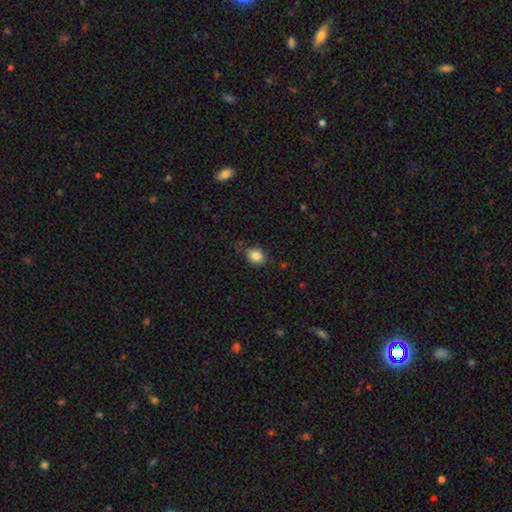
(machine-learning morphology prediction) smooth-or-featured: smooth: 85% | star or artifact: 10% | featured or disk: 5%
  how-rounded: round: 50% | in between: 49% | cigar-shaped: 1%
  merging: none: 73% | minor disturbance: 20% | major disturbance: 5% | merger: 2%